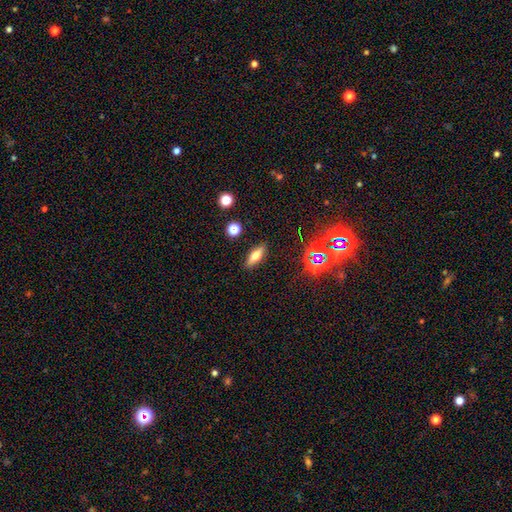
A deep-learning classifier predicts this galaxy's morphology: smooth 59%, featured or disk 28%, star or artifact 14%. Down the decision tree: how rounded — in between (59%); merging — none (88%).